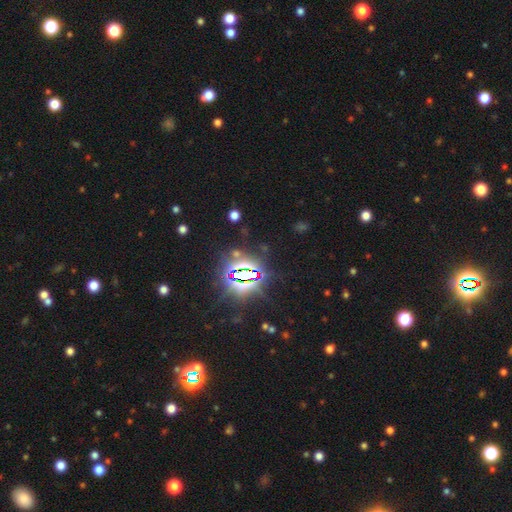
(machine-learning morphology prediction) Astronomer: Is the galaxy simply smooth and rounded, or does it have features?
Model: star or artifact — 84%.